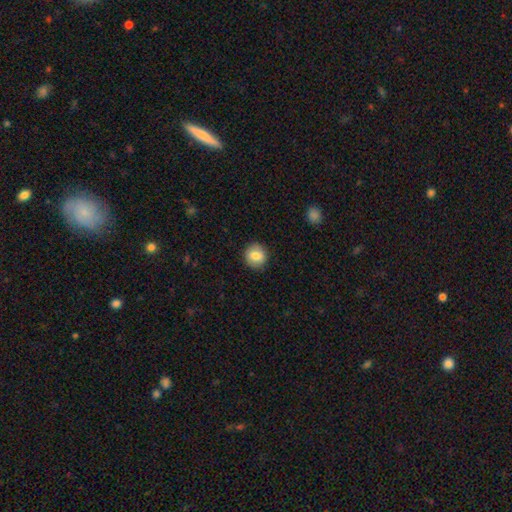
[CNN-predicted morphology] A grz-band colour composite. It shows a smooth galaxy with no disk features (81%) that is round (87%). Merging: none (89%).